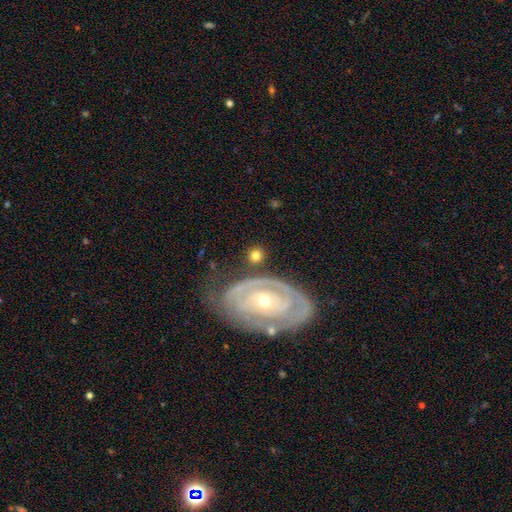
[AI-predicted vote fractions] This appears to be a smooth galaxy with no disk features (57%) that is round (73%). Merging: none (74%).